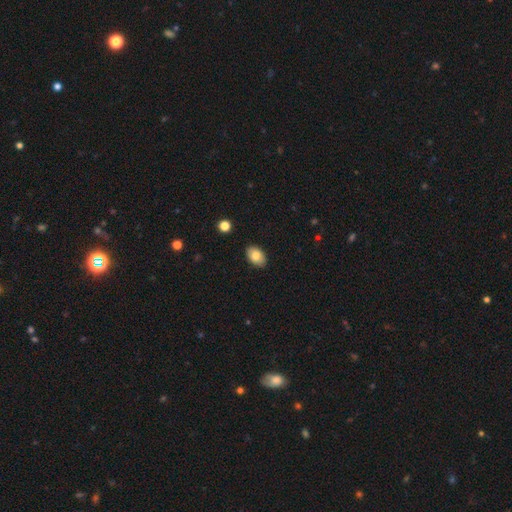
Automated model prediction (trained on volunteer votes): The model was most divided on "smooth or featured": smooth: 82%, featured or disk: 11%, star or artifact: 7%. More confident: merging — none (88%); how rounded — in between (88%).